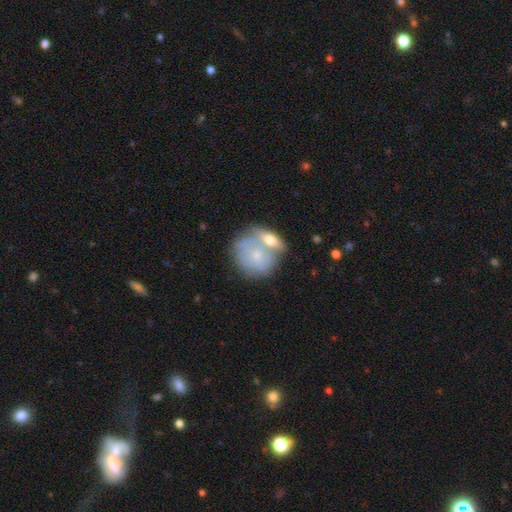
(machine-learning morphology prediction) A smooth galaxy with no disk features (51%) that is round (79%).

Vote fractions:
- Smooth or featured? smooth: 51% / featured or disk: 42% / star or artifact: 7%
- How rounded? round: 79% / in between: 20% / cigar-shaped: 1%
- Merging? merger: 48% / none: 32% / minor disturbance: 14% / major disturbance: 7%